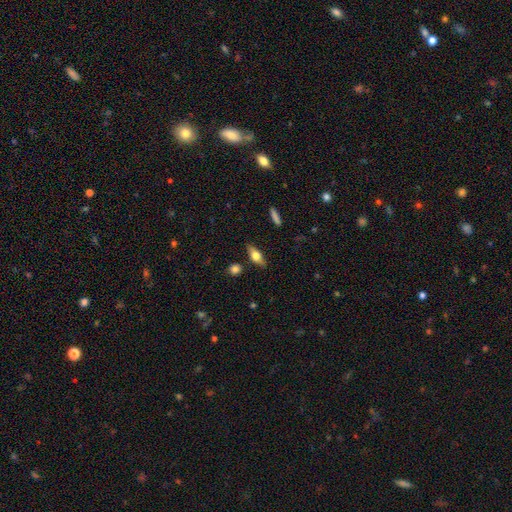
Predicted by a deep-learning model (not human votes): This appears to be a smooth galaxy with no disk features (57%) that is in between round and cigar-shaped (70%). Merging: none (83%).